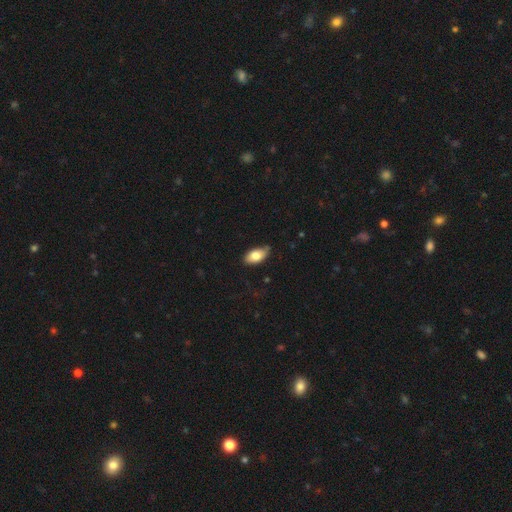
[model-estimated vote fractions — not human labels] smooth 79%, featured or disk 15%, star or artifact 6%. Down the decision tree: how rounded — in between (93%); merging — none (73%).